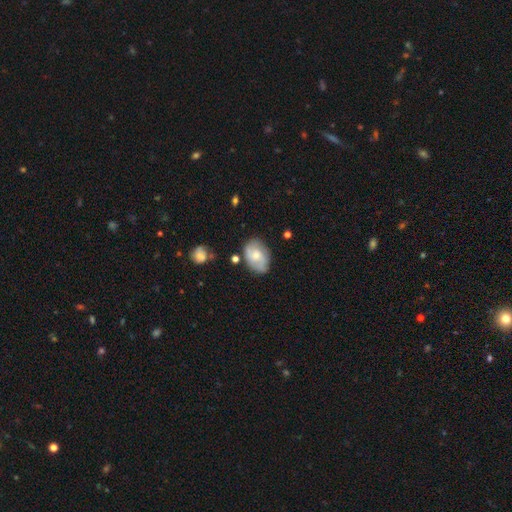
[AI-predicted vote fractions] This appears to be a smooth galaxy with no disk features (54%) that is in between round and cigar-shaped (81%). Merging: none (66%).